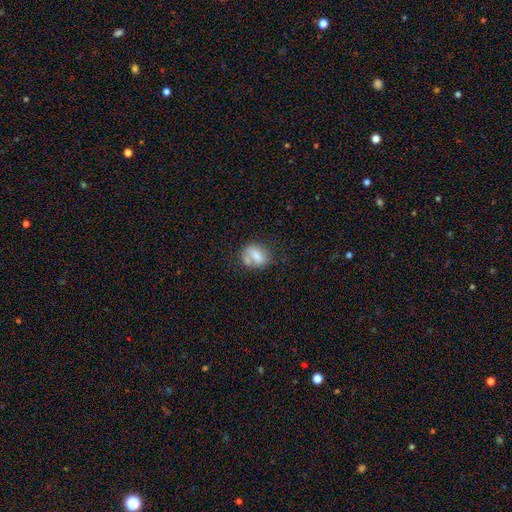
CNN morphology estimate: Smooth or featured? smooth (74%)
How rounded? in between (60%)
Merging? none (48%)